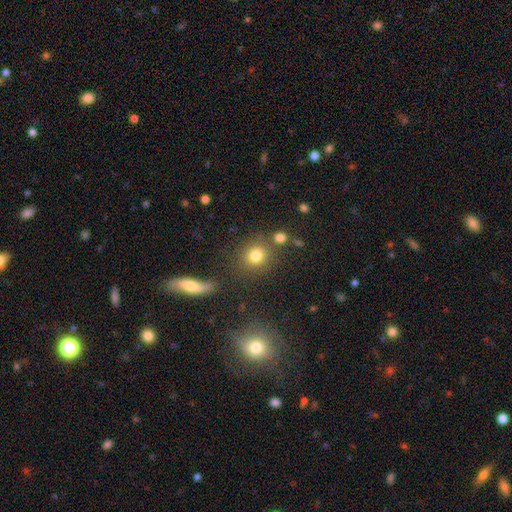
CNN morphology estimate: smooth 78%, star or artifact 13%, featured or disk 8%. Down the decision tree: how rounded — round (82%); merging — none (75%).